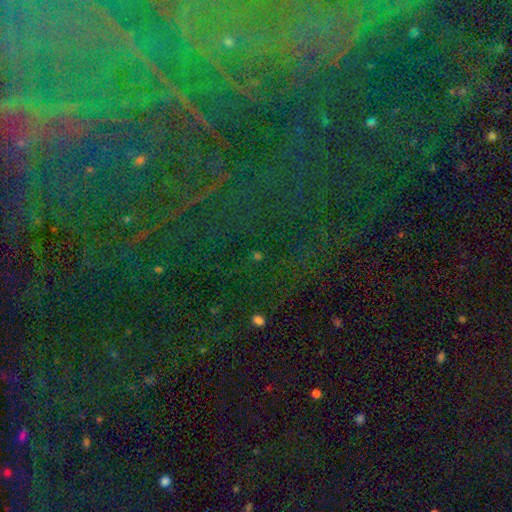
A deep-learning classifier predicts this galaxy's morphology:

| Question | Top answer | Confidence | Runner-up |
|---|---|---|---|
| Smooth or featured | star or artifact | 78% | smooth (12%) |